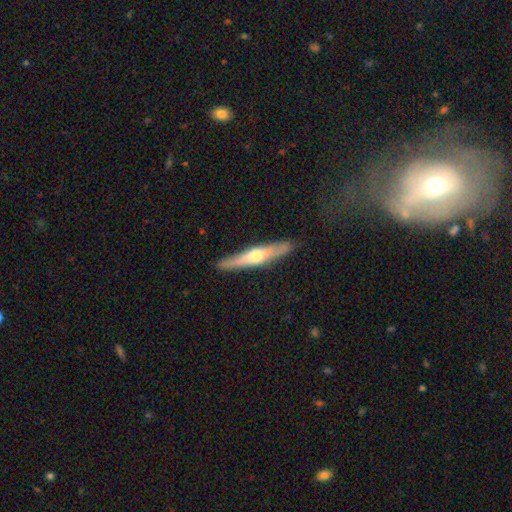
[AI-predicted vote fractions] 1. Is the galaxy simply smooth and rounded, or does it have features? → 60% featured or disk, 35% smooth, 5% star or artifact.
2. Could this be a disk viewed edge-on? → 94% yes, 6% no.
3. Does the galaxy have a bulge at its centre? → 90% rounded, 6% none, 4% boxy.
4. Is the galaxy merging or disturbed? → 88% none, 9% minor disturbance, 2% major disturbance, 1% merger.